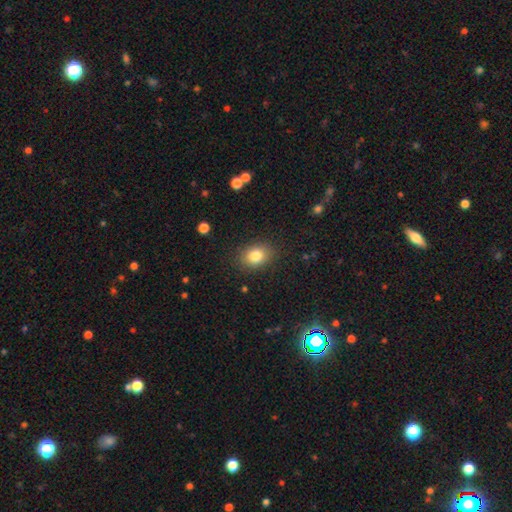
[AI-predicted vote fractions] Smooth or featured? smooth (82%)
How rounded? in between (68%)
Merging? none (85%)